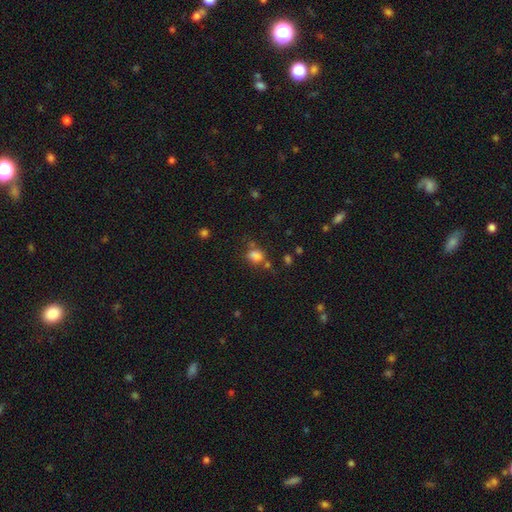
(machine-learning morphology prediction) A smooth galaxy with no disk features (79%) that is in between round and cigar-shaped (61%). Merging: none (55%).